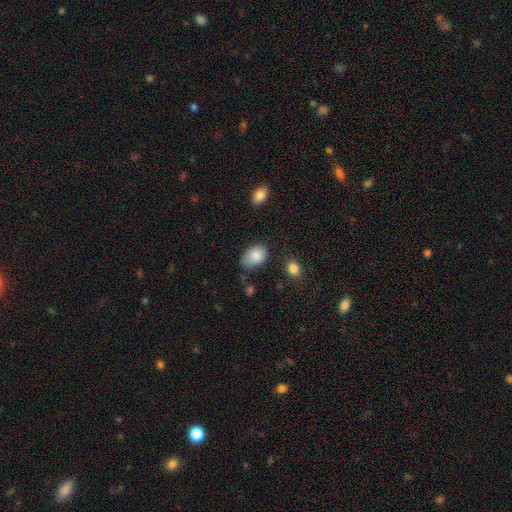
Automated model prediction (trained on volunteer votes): A smooth galaxy with no disk features (86%) that is in between round and cigar-shaped (87%).

Vote fractions:
- Smooth or featured? smooth: 86% / star or artifact: 7% / featured or disk: 7%
- How rounded? in between: 87% / round: 12% / cigar-shaped: 1%
- Merging? none: 62% / minor disturbance: 29% / major disturbance: 6% / merger: 3%